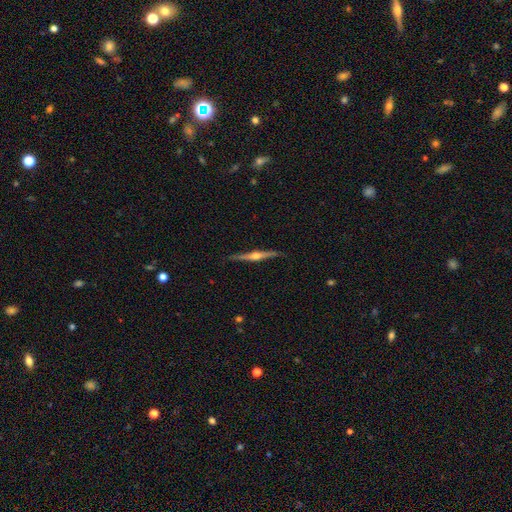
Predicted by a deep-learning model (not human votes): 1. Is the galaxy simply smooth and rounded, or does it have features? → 80% featured or disk, 15% smooth, 5% star or artifact.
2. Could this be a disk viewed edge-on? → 98% yes, 2% no.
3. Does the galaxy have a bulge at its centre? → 93% rounded, 4% boxy, 3% none.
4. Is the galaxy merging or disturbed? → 87% none, 10% minor disturbance, 2% major disturbance, 1% merger.